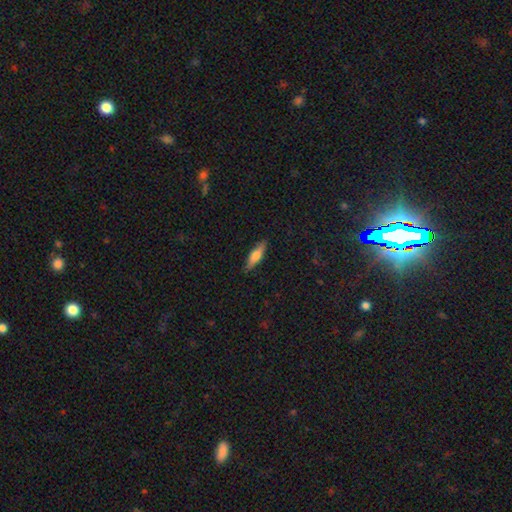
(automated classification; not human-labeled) Q: Smooth or featured?
A: smooth (56%); runner-up: featured or disk (38%)
Q: How rounded?
A: cigar-shaped (67%); runner-up: in between (30%)
Q: Merging?
A: none (88%); runner-up: minor disturbance (9%)